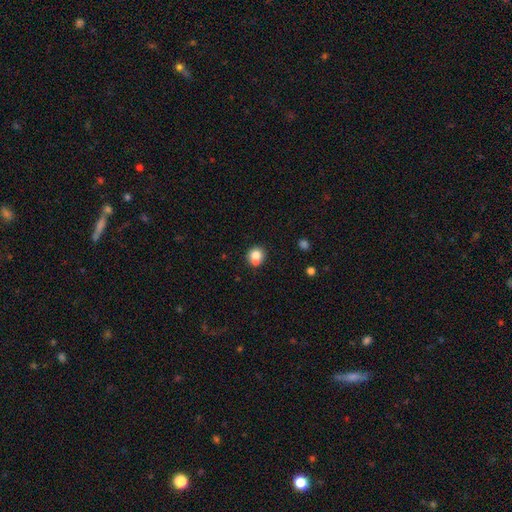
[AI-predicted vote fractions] This is likely a smooth galaxy (79%). How rounded: clearly round (82%). Merging: possibly none (54%).